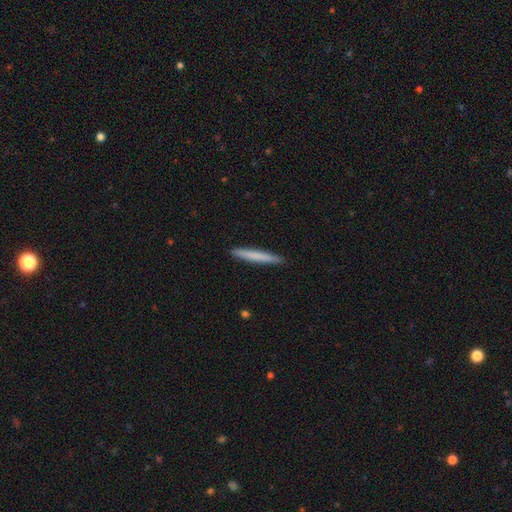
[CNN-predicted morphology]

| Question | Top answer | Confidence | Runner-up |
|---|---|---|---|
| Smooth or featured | smooth | 72% | featured or disk (23%) |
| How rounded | cigar-shaped | 97% | in between (2%) |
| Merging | none | 92% | minor disturbance (6%) |